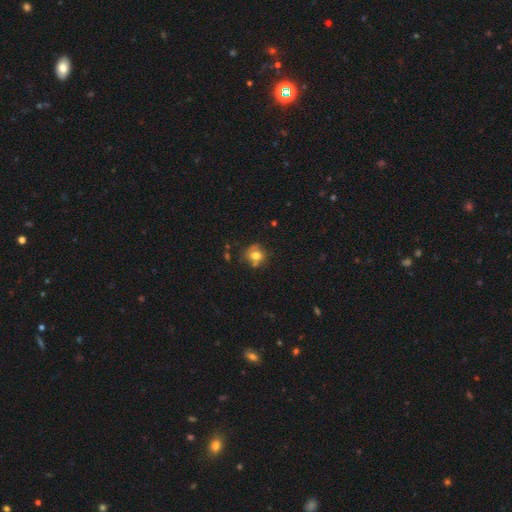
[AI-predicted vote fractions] Smooth or featured: smooth — 70% (featured or disk — 19%)
How rounded: round — 78% (in between — 21%)
Merging: none — 59% (minor disturbance — 22%)